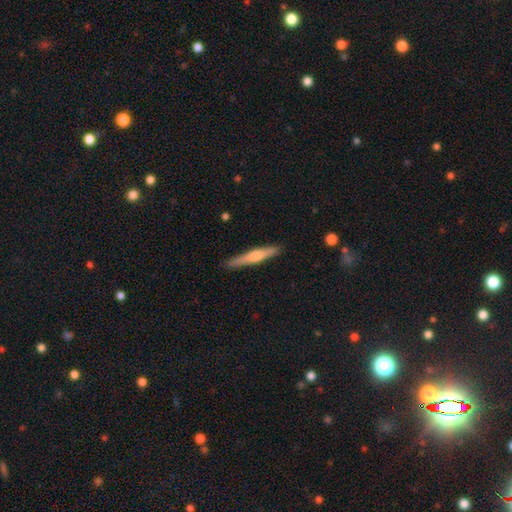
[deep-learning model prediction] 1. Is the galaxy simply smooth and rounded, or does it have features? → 60% featured or disk, 34% smooth, 6% star or artifact.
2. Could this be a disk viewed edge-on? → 97% yes, 3% no.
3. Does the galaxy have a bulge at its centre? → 80% rounded, 10% none, 10% boxy.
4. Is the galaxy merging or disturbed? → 90% none, 7% minor disturbance, 1% major disturbance, 1% merger.